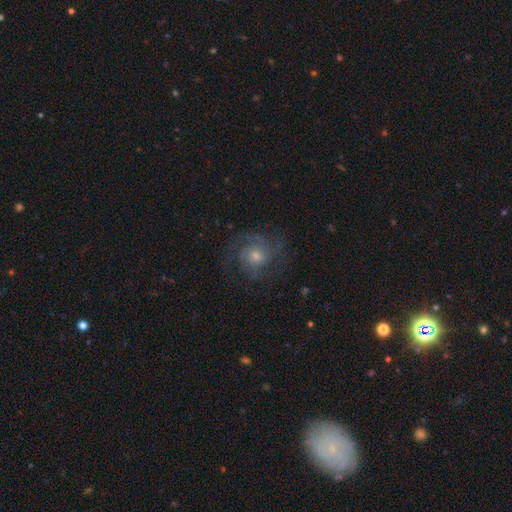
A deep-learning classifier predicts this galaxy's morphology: Smooth or featured? featured or disk (78%)
Edge-on disk? no (98%)
Bar? no (75%)
Spiral arms? yes (95%)
Spiral winding? tight (48%)
Spiral arm count? 2 (35%)
Bulge size? moderate (48%)
Merging? none (73%)